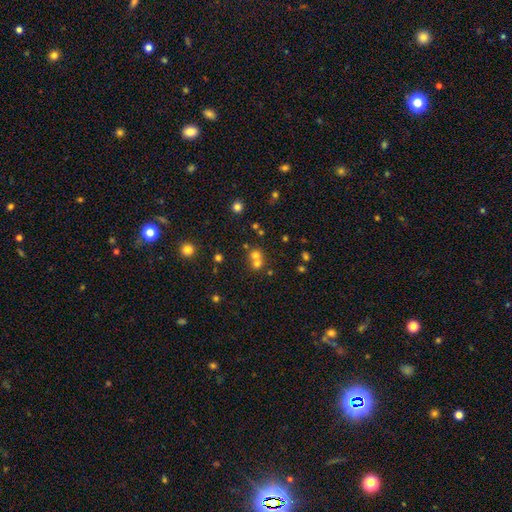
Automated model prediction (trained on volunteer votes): Smooth or featured?
  - smooth: 64% *
  - star or artifact: 20%
  - featured or disk: 16%
How rounded?
  - round: 82% *
  - in between: 17%
  - cigar-shaped: 1%
Merging?
  - merger: 55% *
  - none: 37%
  - minor disturbance: 5%
  - major disturbance: 3%